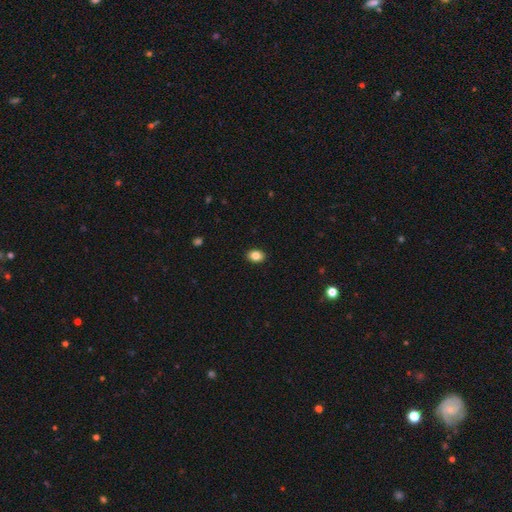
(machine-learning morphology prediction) type=smooth (85%); roundness=in between (71%); merging=none (91%).